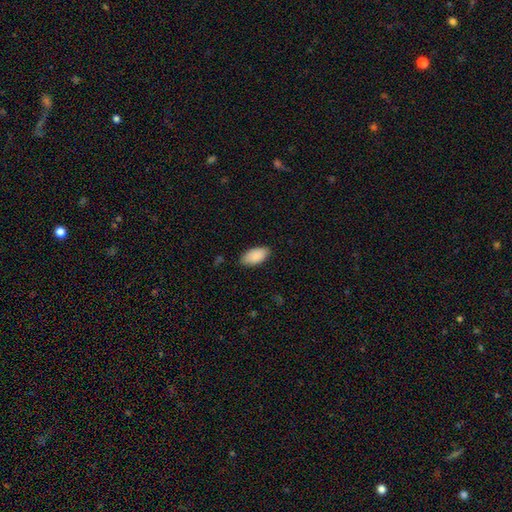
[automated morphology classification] Q: Smooth or featured?
A: smooth (89%); runner-up: star or artifact (6%)
Q: How rounded?
A: in between (95%); runner-up: cigar-shaped (3%)
Q: Merging?
A: none (83%); runner-up: minor disturbance (14%)